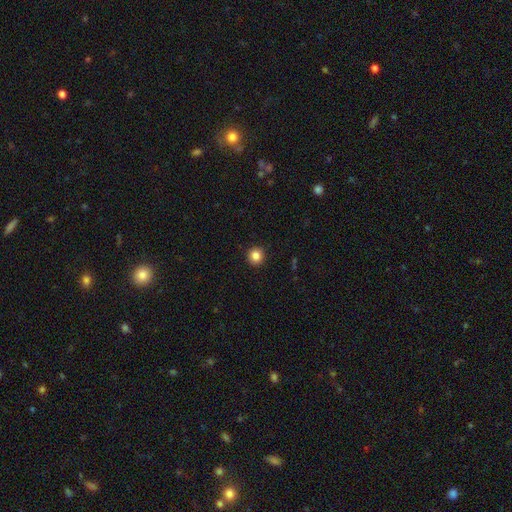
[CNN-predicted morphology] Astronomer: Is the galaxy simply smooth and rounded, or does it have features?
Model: smooth — 84%.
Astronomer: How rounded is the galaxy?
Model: round — 94%.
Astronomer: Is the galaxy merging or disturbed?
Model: none — 93%.